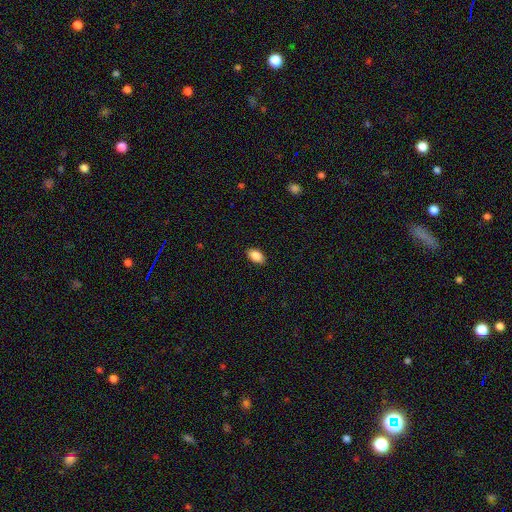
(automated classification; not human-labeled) A smooth galaxy with no disk features (88%) that is in between round and cigar-shaped (92%).

Vote fractions:
- Smooth or featured? smooth: 88% / star or artifact: 7% / featured or disk: 4%
- How rounded? in between: 92% / round: 6% / cigar-shaped: 2%
- Merging? none: 88% / minor disturbance: 9% / major disturbance: 2% / merger: 1%